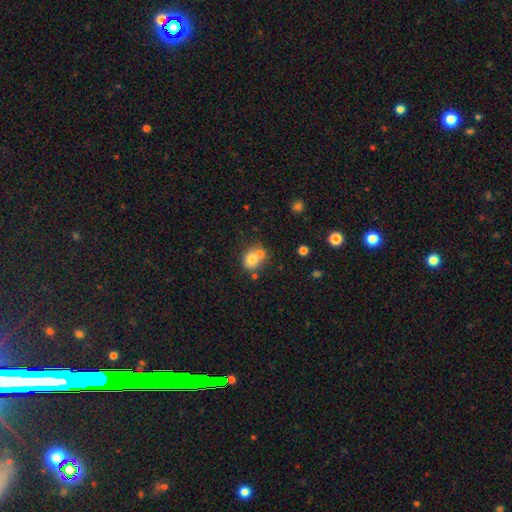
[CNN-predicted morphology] A smooth galaxy with no disk features (73%) that is round (61%).

Vote fractions:
- Smooth or featured? smooth: 73% / featured or disk: 16% / star or artifact: 11%
- How rounded? round: 61% / in between: 38% / cigar-shaped: 1%
- Merging? merger: 48% / none: 37% / minor disturbance: 11% / major disturbance: 4%